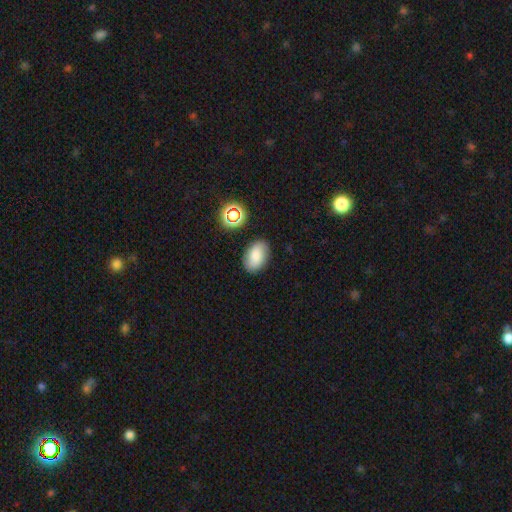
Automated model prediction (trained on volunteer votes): This appears to be a smooth galaxy with no disk features (80%) that is in between round and cigar-shaped (89%). Merging: none (82%).